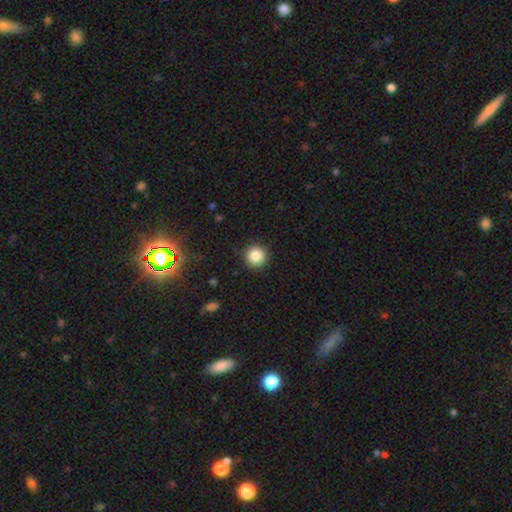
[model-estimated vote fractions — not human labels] This is clearly a smooth galaxy (85%). How rounded: clearly round (95%). Merging: clearly none (91%).